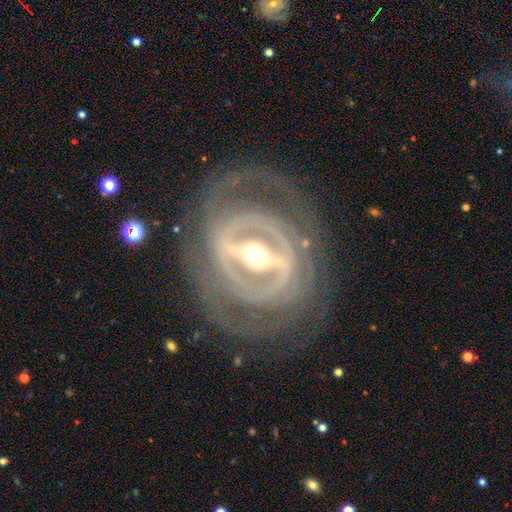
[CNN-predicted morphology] A featured or disk galaxy (90%) with a strong bar (79%), tight (70%) spiral arms (76%) and a moderate central bulge (61%).

Vote fractions:
- Smooth or featured? featured or disk: 90% / smooth: 5% / star or artifact: 5%
- Edge-on disk? no: 91% / yes: 9%
- Bar? strong: 79% / weak: 15% / no: 6%
- Spiral arms? yes: 76% / no: 24%
- Spiral winding? tight: 70% / medium: 22% / loose: 8%
- Spiral arm count? can't tell: 36% / 2: 33% / 3: 13% / 4: 8% / 1: 6% / more than 4: 5%
- Bulge size? moderate: 61% / small: 30% / large: 7% / dominant: 1% / none: 1%
- Merging? none: 76% / minor disturbance: 12% / major disturbance: 10% / merger: 1%